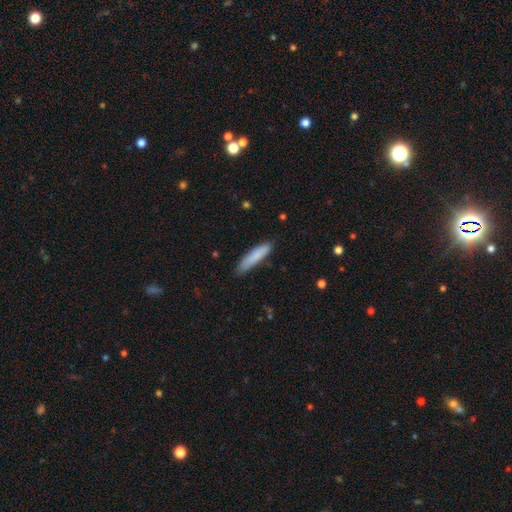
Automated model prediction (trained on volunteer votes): Smooth or featured: smooth — 83% (featured or disk — 11%)
How rounded: cigar-shaped — 84% (in between — 15%)
Merging: none — 81% (minor disturbance — 15%)